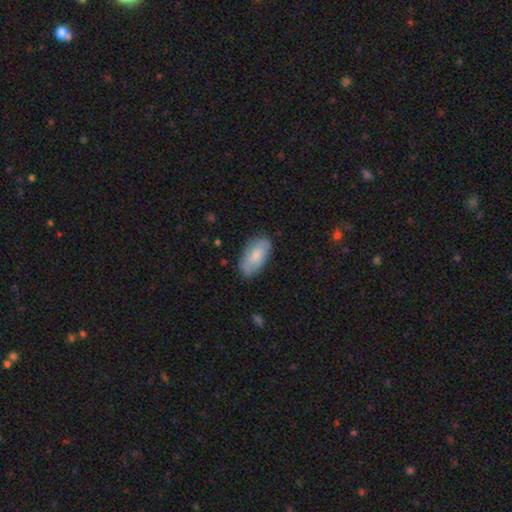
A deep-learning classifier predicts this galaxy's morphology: This appears to be a smooth galaxy with no disk features (75%) that is in between round and cigar-shaped (94%). Merging: none (77%).